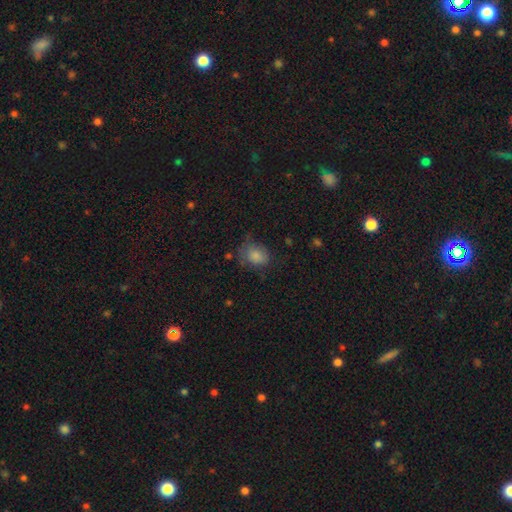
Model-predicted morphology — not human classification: The model was most divided on "how rounded": in between: 50%, round: 49%, cigar-shaped: 1%. More confident: smooth or featured — smooth (81%); merging — none (55%).